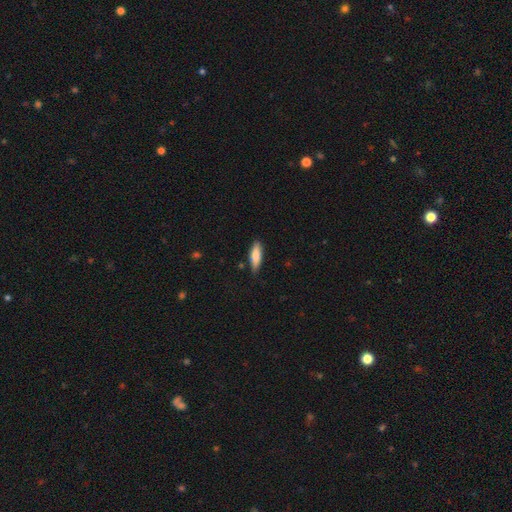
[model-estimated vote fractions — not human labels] smooth 77%, featured or disk 17%, star or artifact 6%. Down the decision tree: how rounded — cigar-shaped (52%); merging — none (78%).